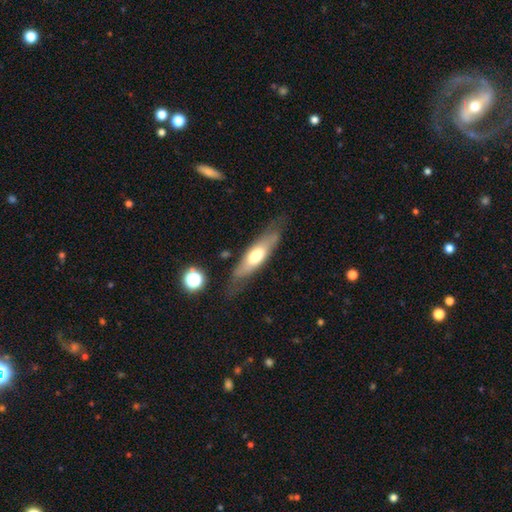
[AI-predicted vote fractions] featured or disk 47% (tied), smooth 47% (tied), star or artifact 6%. Down the decision tree: merging — none (74%).